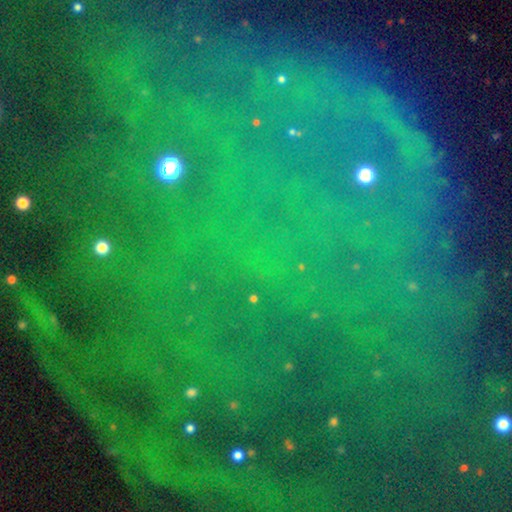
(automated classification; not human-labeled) Smooth or featured? star or artifact (81%)